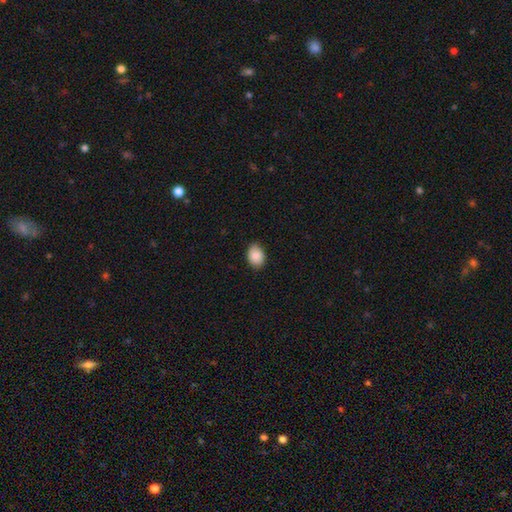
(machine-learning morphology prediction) Smooth or featured? Predicted: smooth (p=0.88). How rounded? Predicted: in between (p=0.72). Merging? Predicted: none (p=0.84).